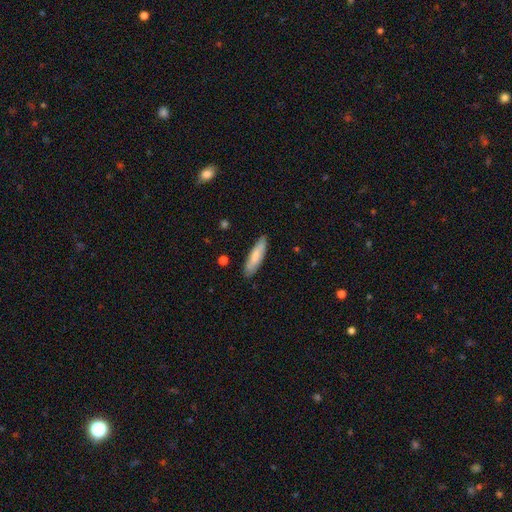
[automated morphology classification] This is likely a smooth galaxy (71%). How rounded: likely cigar-shaped (62%). Merging: clearly none (83%).